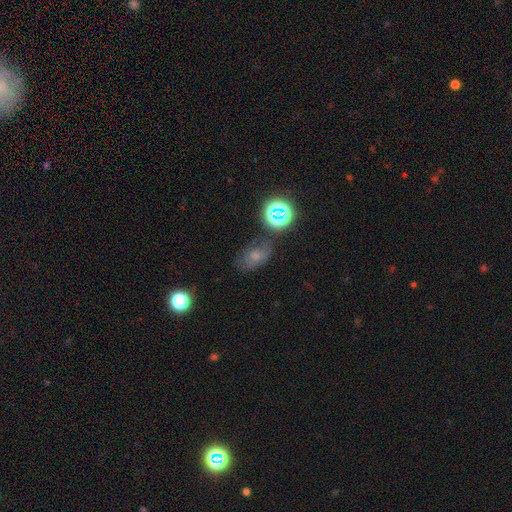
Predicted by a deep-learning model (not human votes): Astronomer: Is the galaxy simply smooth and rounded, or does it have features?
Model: smooth — 57%.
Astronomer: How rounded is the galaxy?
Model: in between — 79%.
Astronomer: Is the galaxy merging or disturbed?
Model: none — 65%.